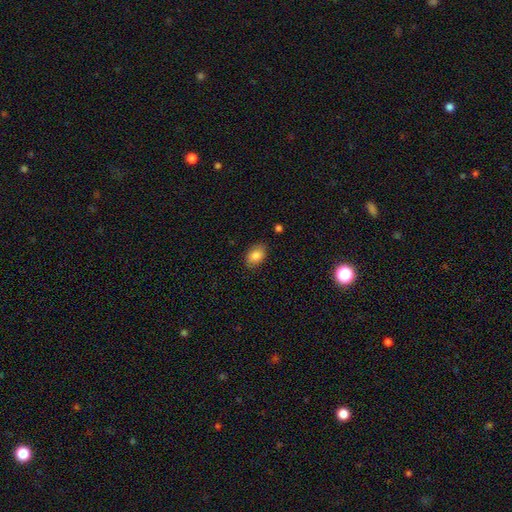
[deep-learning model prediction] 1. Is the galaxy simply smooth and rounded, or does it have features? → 84% smooth, 9% featured or disk, 8% star or artifact.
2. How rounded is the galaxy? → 86% in between, 12% round, 1% cigar-shaped.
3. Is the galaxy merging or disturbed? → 84% none, 12% minor disturbance, 3% major disturbance, 1% merger.